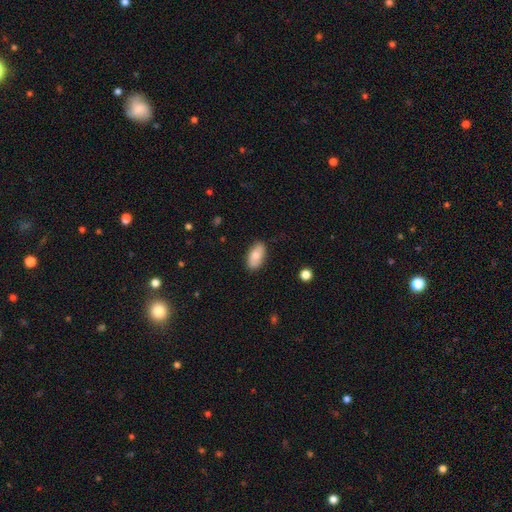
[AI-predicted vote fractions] smooth_or_featured: smooth (p=0.77) [alt: featured or disk p=0.17]
how_rounded: in between (p=0.93) [alt: cigar-shaped p=0.04]
merging: none (p=0.83) [alt: minor disturbance p=0.13]